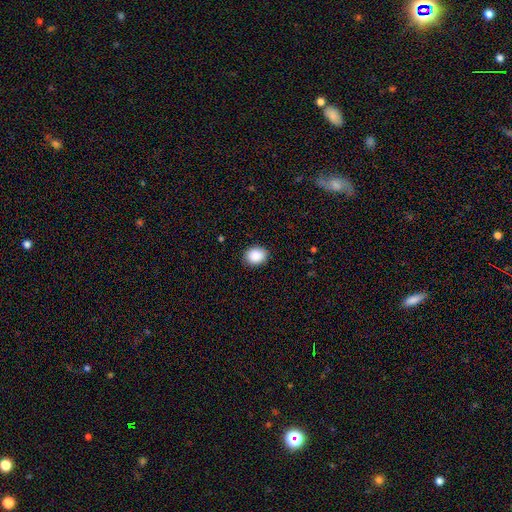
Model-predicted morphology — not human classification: This appears to be a smooth galaxy with no disk features (90%) that is round (54%). Merging: none (87%).